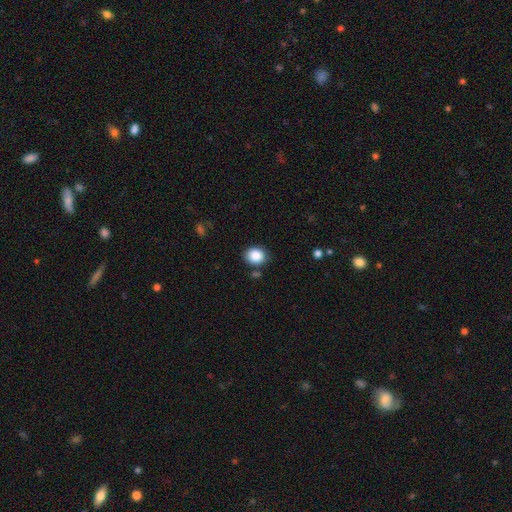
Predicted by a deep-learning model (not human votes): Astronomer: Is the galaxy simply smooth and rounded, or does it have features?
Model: smooth — 87%.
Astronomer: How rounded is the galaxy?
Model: round — 66%.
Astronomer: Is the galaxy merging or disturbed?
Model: none — 82%.